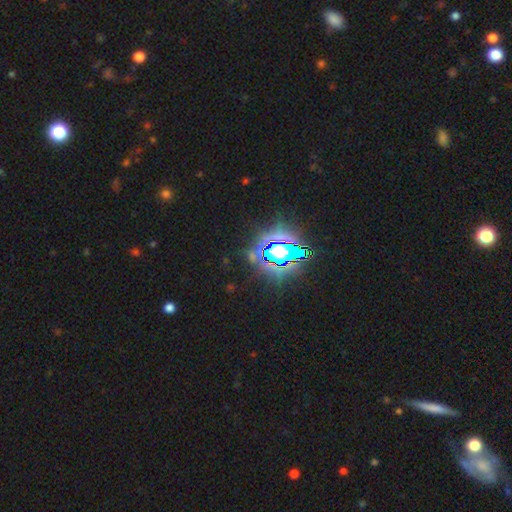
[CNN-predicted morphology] type=star or artifact (77%).